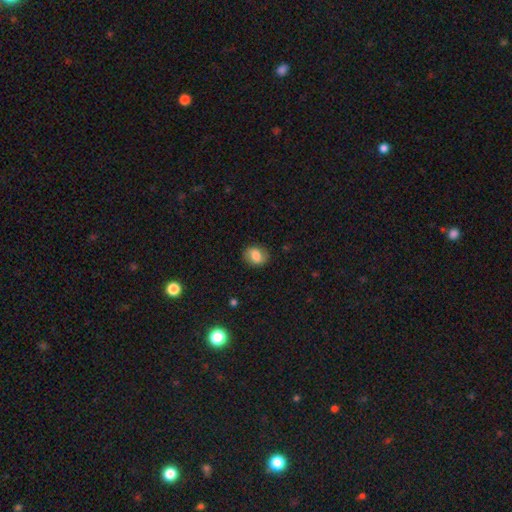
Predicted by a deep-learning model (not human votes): smooth-or-featured: smooth: 70% | featured or disk: 21% | star or artifact: 9%
  how-rounded: round: 51% | in between: 48% | cigar-shaped: 1%
  merging: none: 81% | minor disturbance: 14% | major disturbance: 4% | merger: 1%